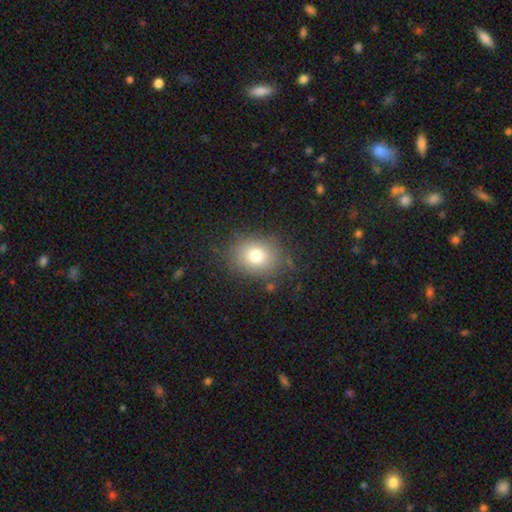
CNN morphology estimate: Q: Smooth or featured?
A: smooth (78%); runner-up: star or artifact (11%)
Q: How rounded?
A: round (52%); runner-up: in between (47%)
Q: Merging?
A: none (81%); runner-up: minor disturbance (13%)